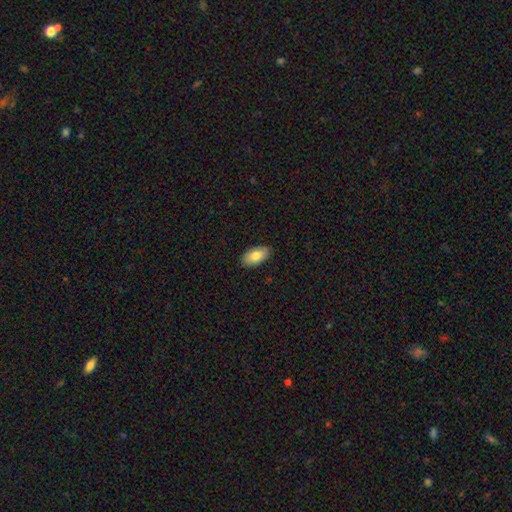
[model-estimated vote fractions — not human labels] smooth_or_featured: smooth (p=0.80) [alt: featured or disk p=0.14]
how_rounded: in between (p=0.94) [alt: round p=0.03]
merging: none (p=0.89) [alt: minor disturbance p=0.08]